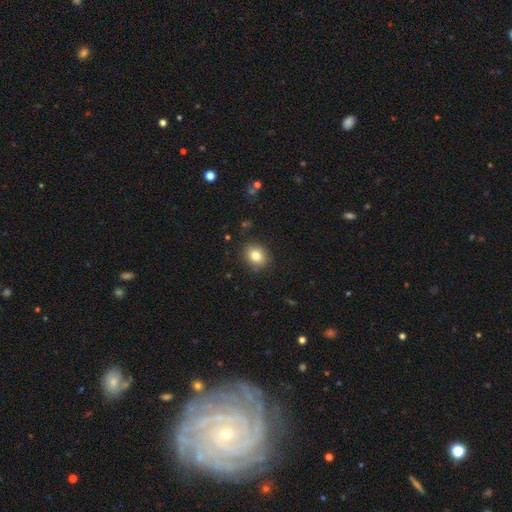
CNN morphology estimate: The model was most divided on "how rounded": round: 57%, in between: 42%, cigar-shaped: 1%. More confident: merging — none (87%); smooth or featured — smooth (81%).